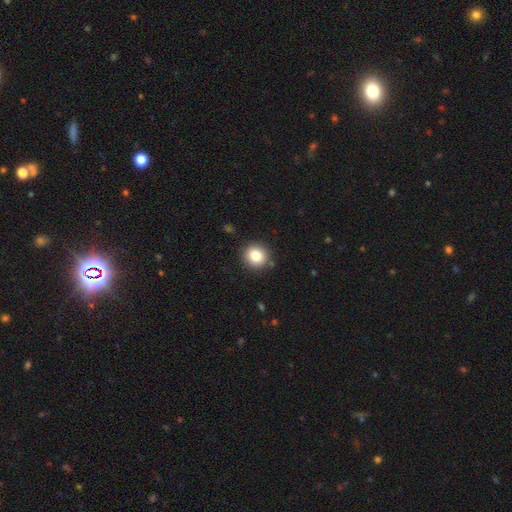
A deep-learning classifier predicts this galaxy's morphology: A smooth galaxy with no disk features (81%) that is round (90%). Merging: none (89%).